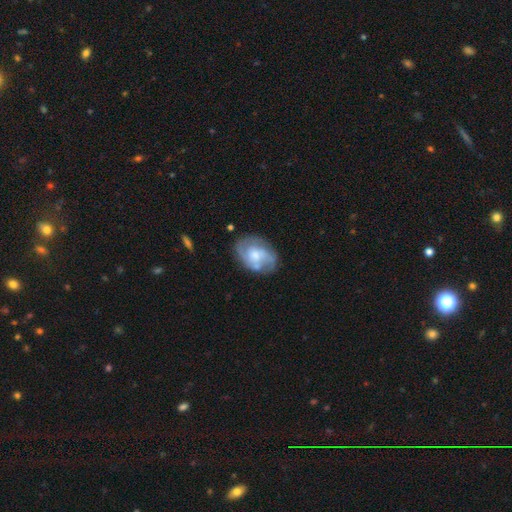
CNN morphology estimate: A featured or disk galaxy (65%) with no bar (70%), spiral arms (74%) and a moderate central bulge (50%). Merging: none (61%).